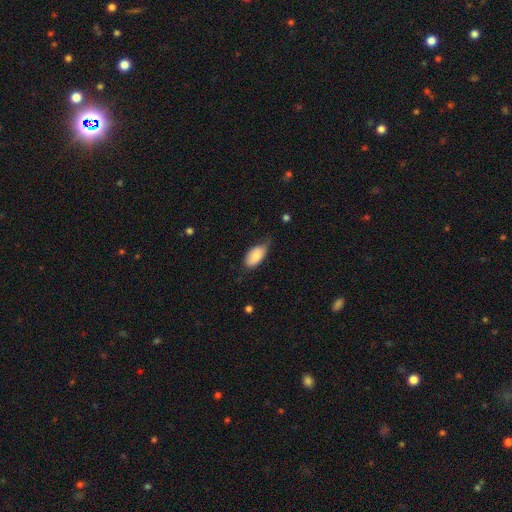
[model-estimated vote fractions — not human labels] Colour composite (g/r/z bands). It shows a smooth galaxy with no disk features (84%) that is in between round and cigar-shaped (94%). Merging: none (47%).